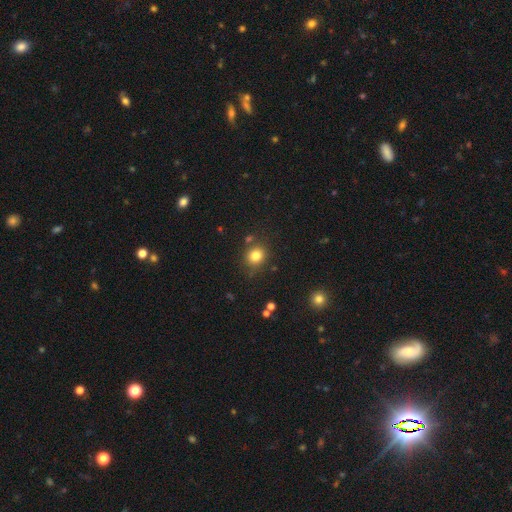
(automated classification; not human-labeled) Morphology: type=smooth (81%); roundness=round (76%); merging=none (77%).